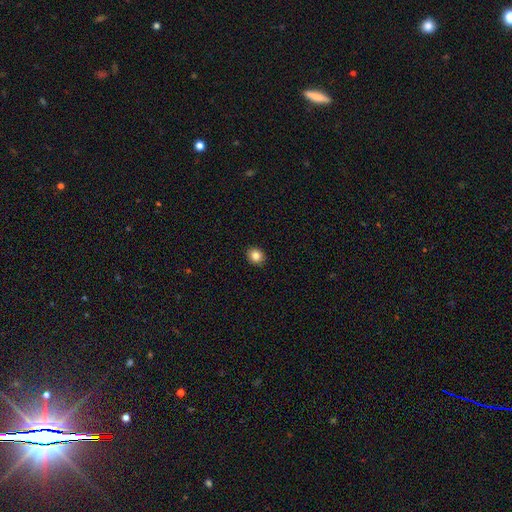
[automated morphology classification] Q: Smooth or featured?
A: smooth (82%); runner-up: star or artifact (10%)
Q: How rounded?
A: round (71%); runner-up: in between (28%)
Q: Merging?
A: none (92%); runner-up: minor disturbance (6%)